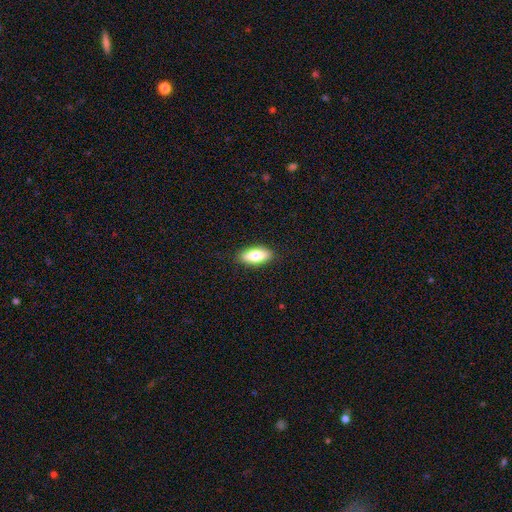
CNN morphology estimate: Smooth or featured: smooth — 76% (featured or disk — 17%)
How rounded: in between — 77% (cigar-shaped — 20%)
Merging: none — 88% (minor disturbance — 9%)